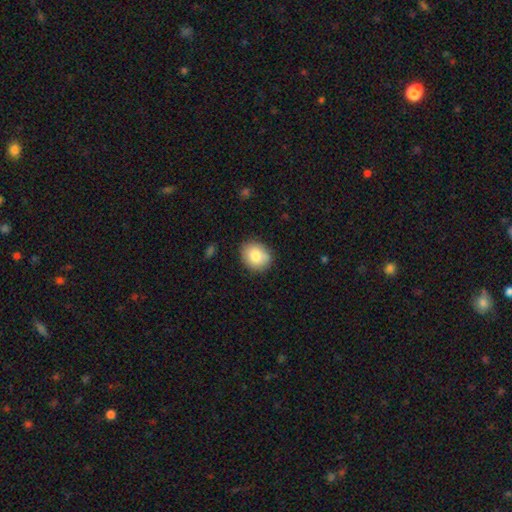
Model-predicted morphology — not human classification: Q: Smooth or featured?
A: smooth (81%); runner-up: featured or disk (11%)
Q: How rounded?
A: round (61%); runner-up: in between (38%)
Q: Merging?
A: none (82%); runner-up: minor disturbance (13%)